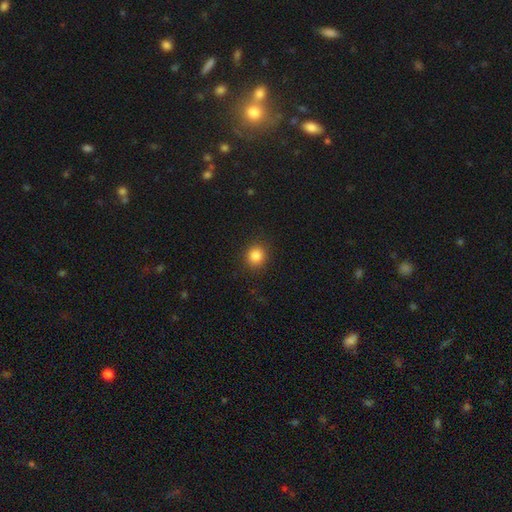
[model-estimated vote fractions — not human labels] The model was most divided on "how rounded": round: 87%, in between: 12%, cigar-shaped: 1%. More confident: merging — none (89%); smooth or featured — smooth (85%).